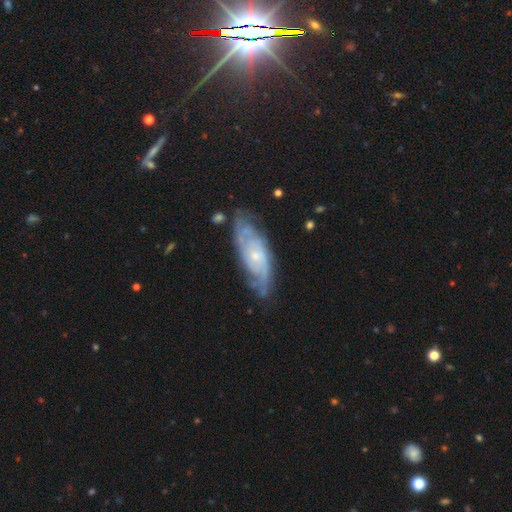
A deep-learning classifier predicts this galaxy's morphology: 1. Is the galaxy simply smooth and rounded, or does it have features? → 83% featured or disk, 12% smooth, 5% star or artifact.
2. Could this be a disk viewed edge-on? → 90% no, 10% yes.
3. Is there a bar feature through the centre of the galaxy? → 67% no, 28% weak, 5% strong.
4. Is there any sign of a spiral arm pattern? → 94% yes, 6% no.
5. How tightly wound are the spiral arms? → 56% tight, 35% medium, 9% loose.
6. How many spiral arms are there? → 40% 2, 32% can't tell, 14% 3, 6% 4, 4% 1, 4% more than 4.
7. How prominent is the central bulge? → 71% small, 24% moderate, 3% none, 1% large, 1% dominant.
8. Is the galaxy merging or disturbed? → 72% none, 20% minor disturbance, 6% major disturbance, 2% merger.